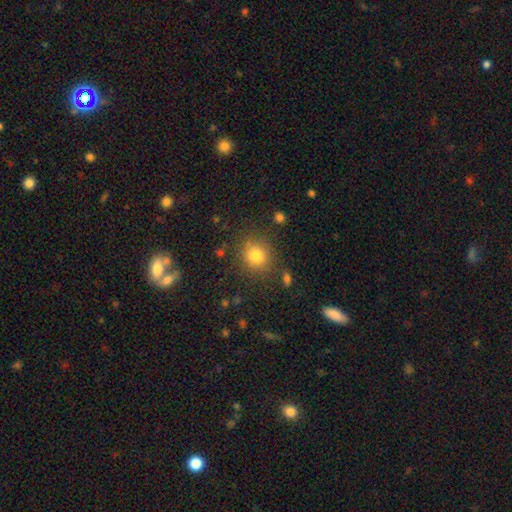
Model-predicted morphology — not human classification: type=smooth (79%); roundness=round (86%); merging=none (84%).